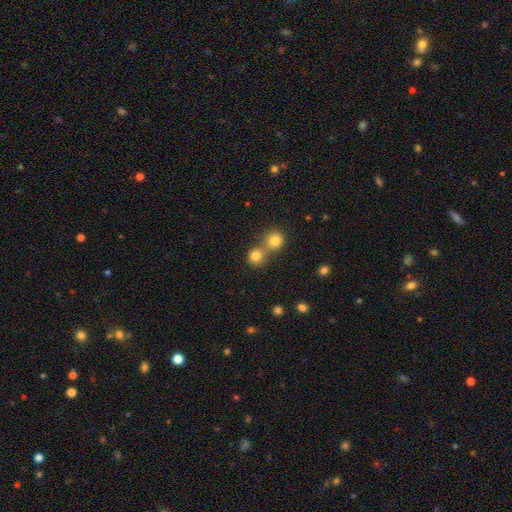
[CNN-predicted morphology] Smooth or featured: smooth — 80% (star or artifact — 12%)
How rounded: round — 86% (in between — 13%)
Merging: merger — 47% (none — 45%)